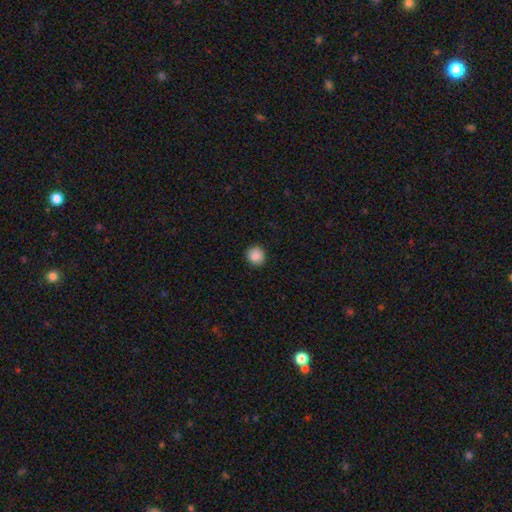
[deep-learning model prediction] Overall: smooth (88%). How rounded: round (93%). Merging: none (91%).